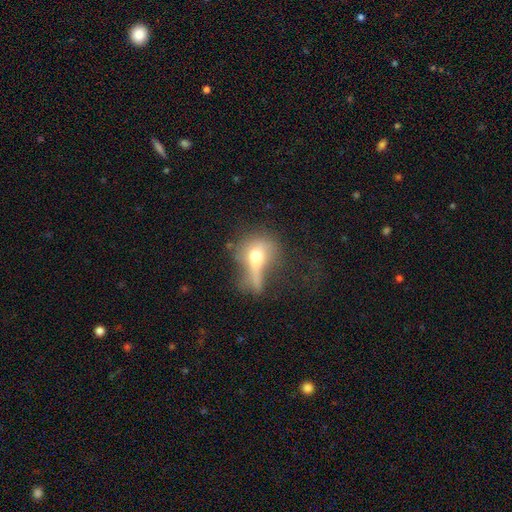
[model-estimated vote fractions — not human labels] Smooth or featured?
  - smooth: 57% *
  - featured or disk: 30%
  - star or artifact: 13%
How rounded?
  - round: 46% *
  - in between: 44%
  - cigar-shaped: 9%
Merging?
  - major disturbance: 41% *
  - none: 25%
  - minor disturbance: 18%
  - merger: 16%